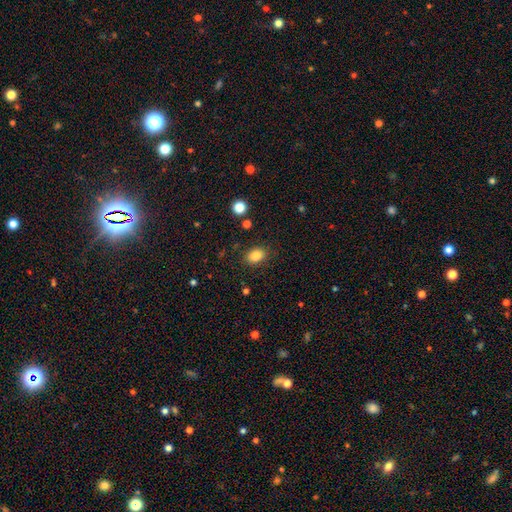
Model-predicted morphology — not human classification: type=smooth (84%); roundness=in between (76%); merging=none (85%).